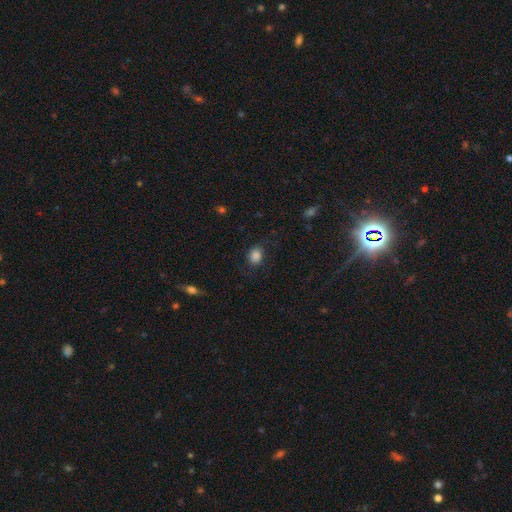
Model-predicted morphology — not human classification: type=smooth (83%); roundness=round (53%); merging=none (70%).